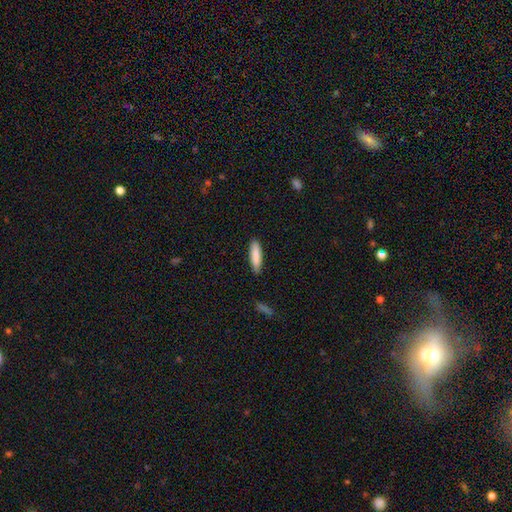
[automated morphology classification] smooth-or-featured: smooth: 86% | featured or disk: 8% | star or artifact: 6%
  how-rounded: cigar-shaped: 75% | in between: 23% | round: 1%
  merging: none: 89% | minor disturbance: 8% | major disturbance: 2% | merger: 1%